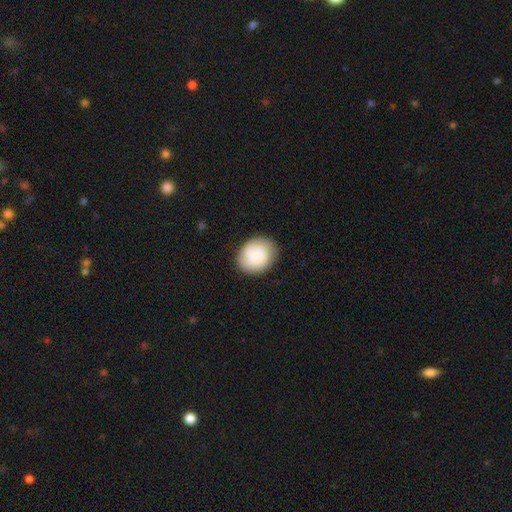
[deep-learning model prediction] The model was most divided on "how rounded": round: 56%, in between: 43%, cigar-shaped: 1%. More confident: merging — none (82%); smooth or featured — smooth (74%).